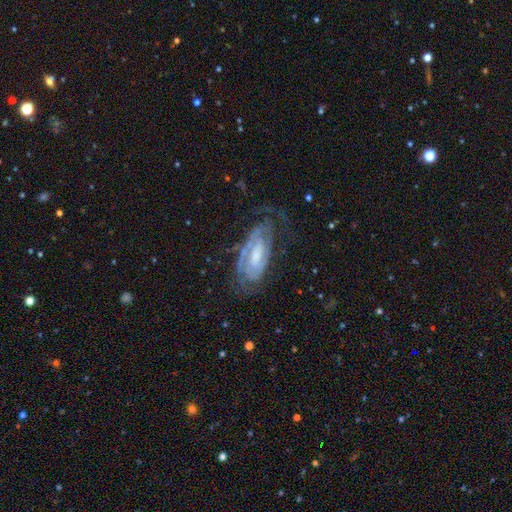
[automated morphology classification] A featured or disk galaxy (79%) with no bar (45%), 2 (39%) tight (59%) spiral arms (89%) and a moderate central bulge (39%). Merging: none (54%).